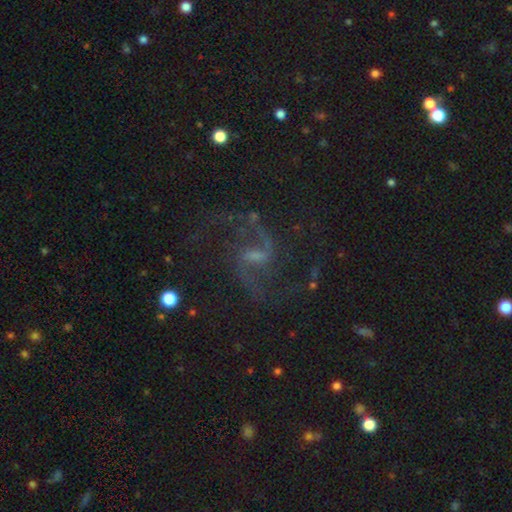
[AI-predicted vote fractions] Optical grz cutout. It shows a featured or disk galaxy (87%) with a weak bar (59%), 2 (91%) loose (53%) spiral arms (97%) and a small central bulge (45%). Merging: none (71%).